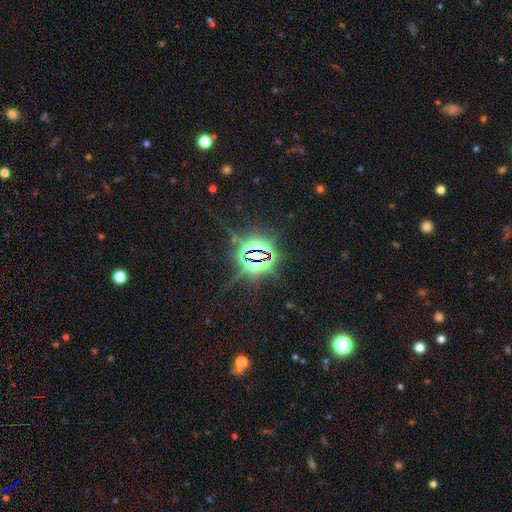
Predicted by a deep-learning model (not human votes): smooth_or_featured: star or artifact (p=0.86) [alt: featured or disk p=0.07]